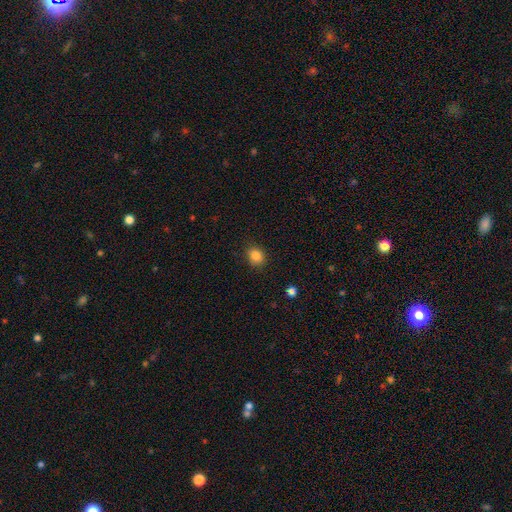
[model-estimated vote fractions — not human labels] Q: Smooth or featured?
A: smooth (85%); runner-up: star or artifact (11%)
Q: How rounded?
A: round (59%); runner-up: in between (40%)
Q: Merging?
A: none (86%); runner-up: minor disturbance (10%)